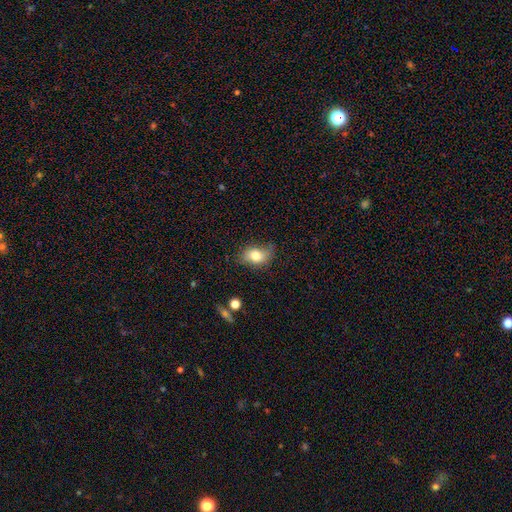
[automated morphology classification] smooth-or-featured: smooth: 78% | featured or disk: 13% | star or artifact: 9%
  how-rounded: in between: 77% | round: 21% | cigar-shaped: 2%
  merging: none: 69% | minor disturbance: 24% | major disturbance: 5% | merger: 2%